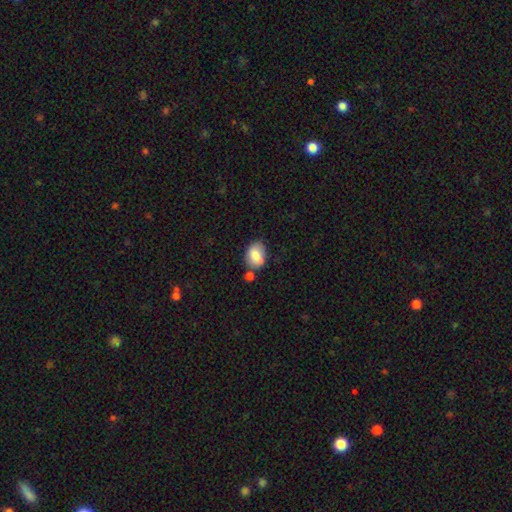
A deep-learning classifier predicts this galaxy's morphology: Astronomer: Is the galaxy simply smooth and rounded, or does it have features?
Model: smooth — 81%.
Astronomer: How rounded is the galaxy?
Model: in between — 75%.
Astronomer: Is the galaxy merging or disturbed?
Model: none — 55%.